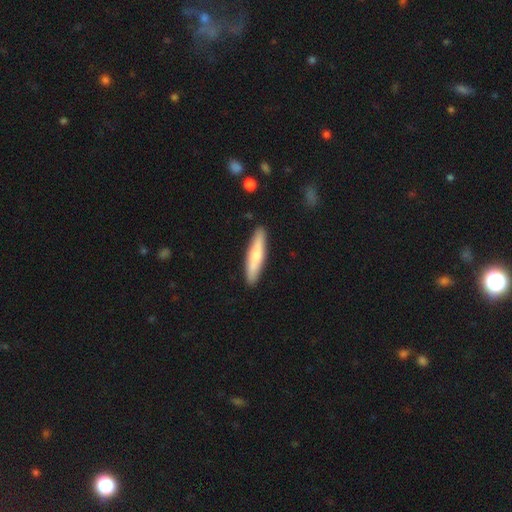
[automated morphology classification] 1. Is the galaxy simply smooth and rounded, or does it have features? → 67% smooth, 28% featured or disk, 5% star or artifact.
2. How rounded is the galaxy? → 85% cigar-shaped, 14% in between, 1% round.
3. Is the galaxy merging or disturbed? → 89% none, 8% minor disturbance, 2% major disturbance, 1% merger.